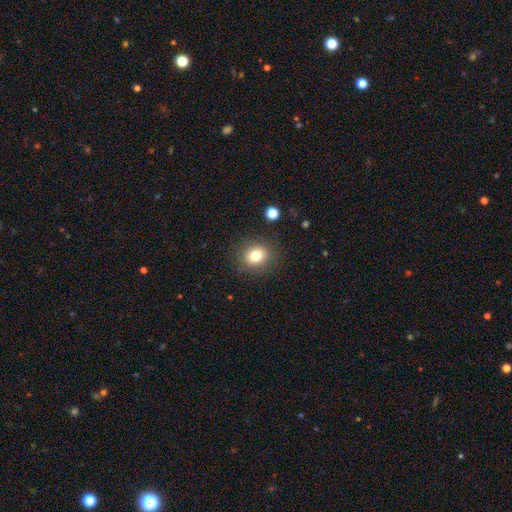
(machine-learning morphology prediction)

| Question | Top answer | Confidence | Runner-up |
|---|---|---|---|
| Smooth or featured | smooth | 78% | star or artifact (13%) |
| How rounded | round | 73% | in between (26%) |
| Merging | none | 85% | minor disturbance (9%) |